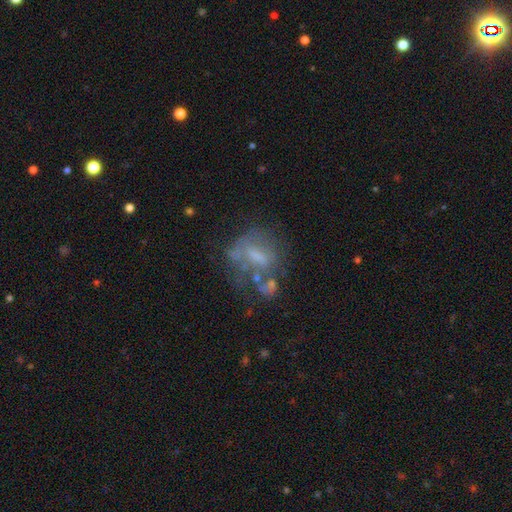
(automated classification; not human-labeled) A featured or disk galaxy (55%) with no bar (50%), no spiral arms (76%) and no central bulge (35%).

Vote fractions:
- Smooth or featured? featured or disk: 55% / smooth: 30% / star or artifact: 15%
- Edge-on disk? no: 95% / yes: 5%
- Bar? no: 50% / weak: 36% / strong: 14%
- Spiral arms? no: 76% / yes: 24%
- Bulge size? none: 35% / small: 31% / moderate: 29% / large: 4% / dominant: 1%
- Merging? none: 33% / major disturbance: 29% / merger: 20% / minor disturbance: 18%